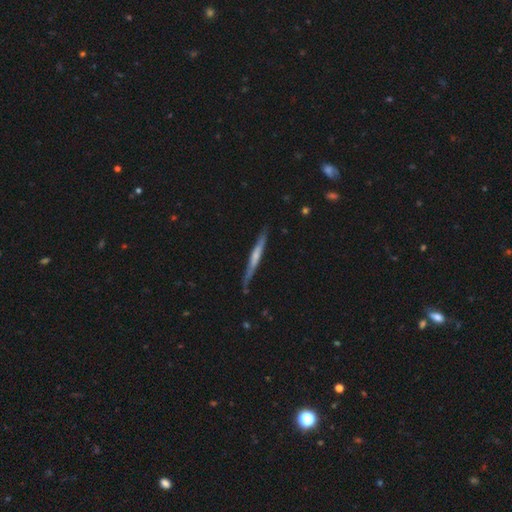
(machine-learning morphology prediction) The model was most divided on "smooth or featured": featured or disk: 53%, smooth: 42%, star or artifact: 5%. More confident: edge-on disk — yes (93%); merging — none (77%).